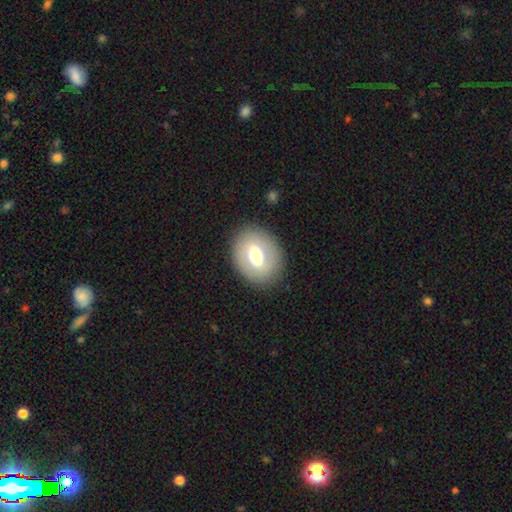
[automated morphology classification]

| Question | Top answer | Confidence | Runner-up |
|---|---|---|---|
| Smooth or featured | smooth | 58% | featured or disk (34%) |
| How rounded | in between | 58% | round (41%) |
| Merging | none | 85% | minor disturbance (10%) |